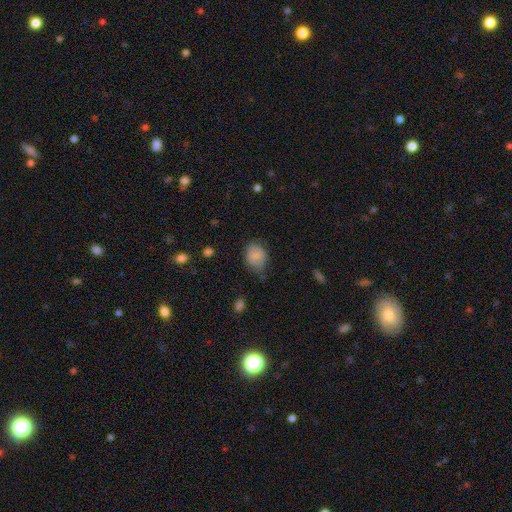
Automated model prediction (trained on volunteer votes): Overall: smooth (80%). How rounded: in between (59%; round 39%). Merging: none (62%; minor disturbance 29%).